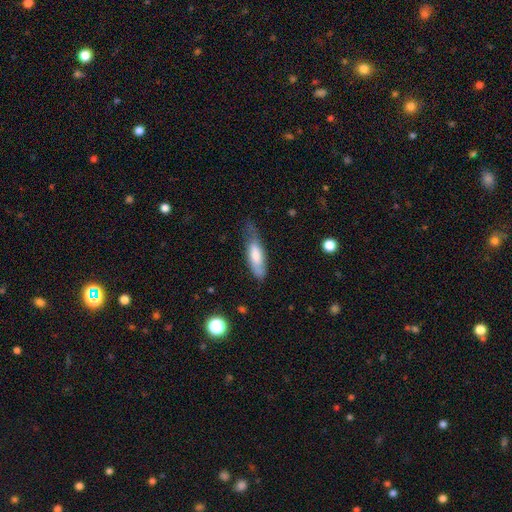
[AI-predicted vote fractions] Smooth or featured? Predicted: smooth (p=0.72). How rounded? Predicted: in between (p=0.56). Merging? Predicted: none (p=0.46).